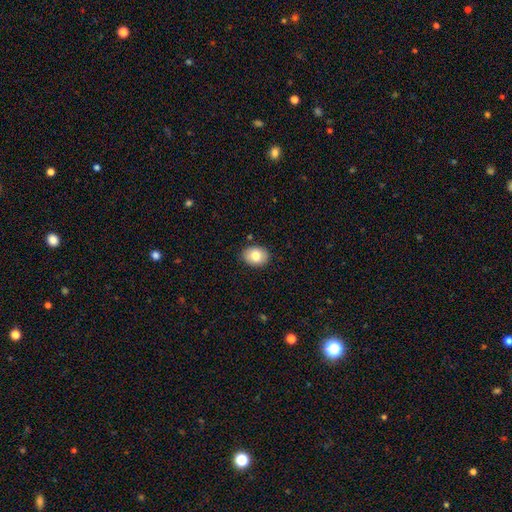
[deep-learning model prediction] Overall: smooth (81%). How rounded: in between (60%; round 39%). Merging: none (87%).